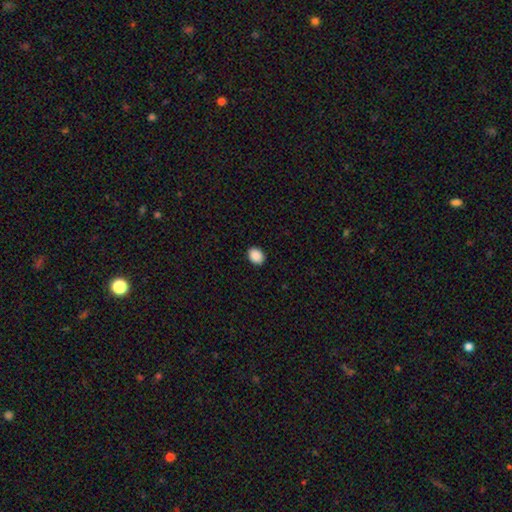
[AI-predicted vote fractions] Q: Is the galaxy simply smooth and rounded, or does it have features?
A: smooth — 90%.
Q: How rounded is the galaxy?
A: in between — 60%.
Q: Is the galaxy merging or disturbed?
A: none — 91%.